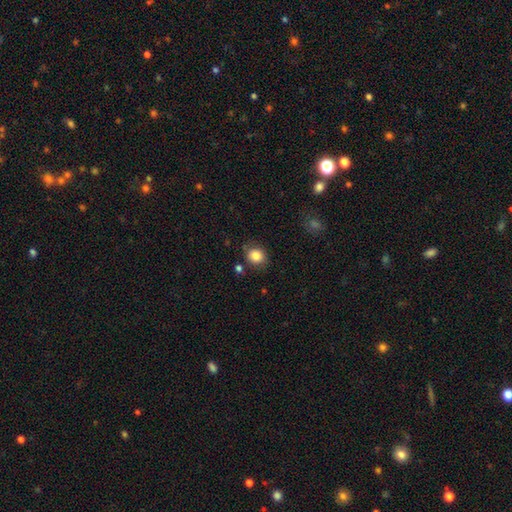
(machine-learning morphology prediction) Smooth or featured: smooth — 84% (star or artifact — 10%)
How rounded: round — 74% (in between — 25%)
Merging: none — 79% (minor disturbance — 13%)